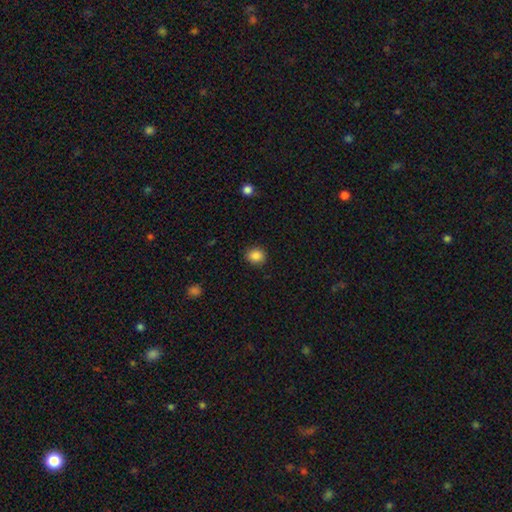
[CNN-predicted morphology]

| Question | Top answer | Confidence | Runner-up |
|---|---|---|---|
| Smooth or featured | smooth | 87% | star or artifact (10%) |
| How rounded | round | 76% | in between (23%) |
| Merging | none | 87% | minor disturbance (9%) |